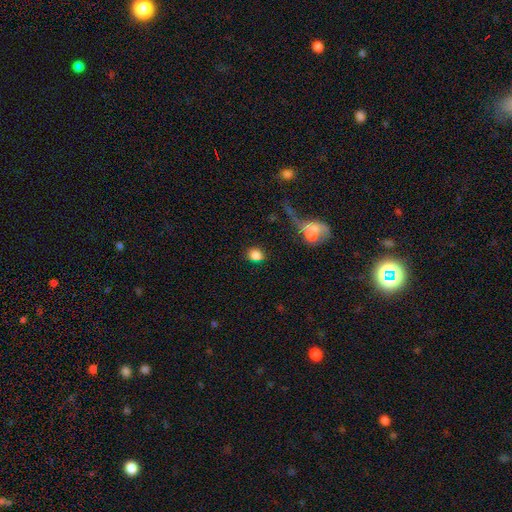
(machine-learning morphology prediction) Q: Smooth or featured?
A: smooth (81%); runner-up: star or artifact (11%)
Q: How rounded?
A: round (57%); runner-up: in between (41%)
Q: Merging?
A: none (72%); runner-up: minor disturbance (12%)